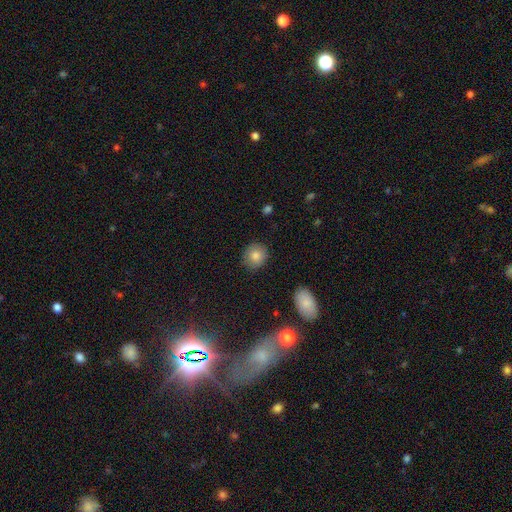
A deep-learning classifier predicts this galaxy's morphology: Q: Smooth or featured?
A: smooth (83%); runner-up: star or artifact (9%)
Q: How rounded?
A: round (81%); runner-up: in between (18%)
Q: Merging?
A: none (86%); runner-up: minor disturbance (10%)